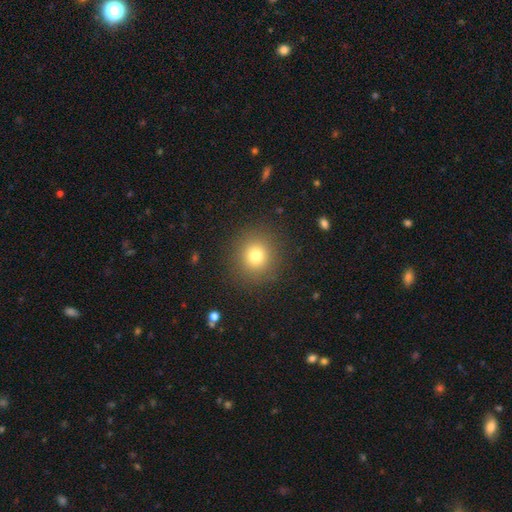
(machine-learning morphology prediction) smooth-or-featured: smooth: 77% | star or artifact: 14% | featured or disk: 9%
  how-rounded: round: 89% | in between: 10% | cigar-shaped: 1%
  merging: none: 89% | minor disturbance: 7% | major disturbance: 3% | merger: 1%